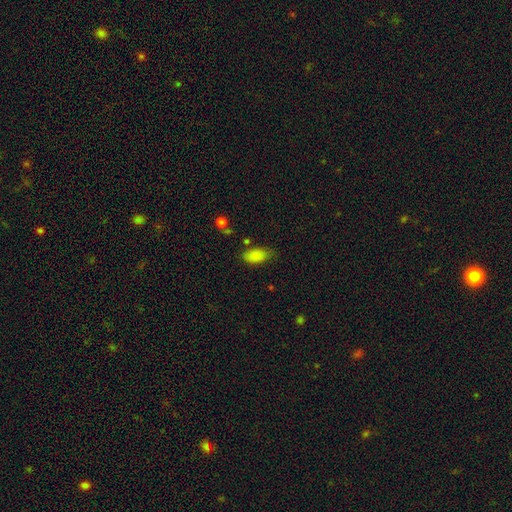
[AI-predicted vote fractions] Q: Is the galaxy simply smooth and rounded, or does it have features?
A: smooth — 86%.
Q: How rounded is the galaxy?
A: in between — 91%.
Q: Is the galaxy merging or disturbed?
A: none — 69%.